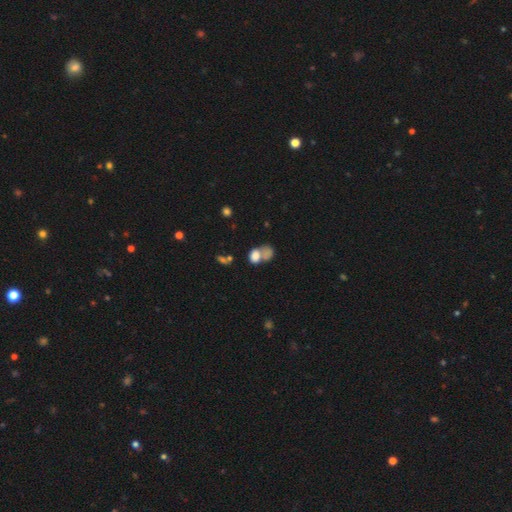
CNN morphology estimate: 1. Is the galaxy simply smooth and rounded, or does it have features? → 72% smooth, 16% featured or disk, 12% star or artifact.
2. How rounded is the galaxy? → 70% in between, 29% round, 1% cigar-shaped.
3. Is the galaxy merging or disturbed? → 54% merger, 23% none, 13% major disturbance, 11% minor disturbance.